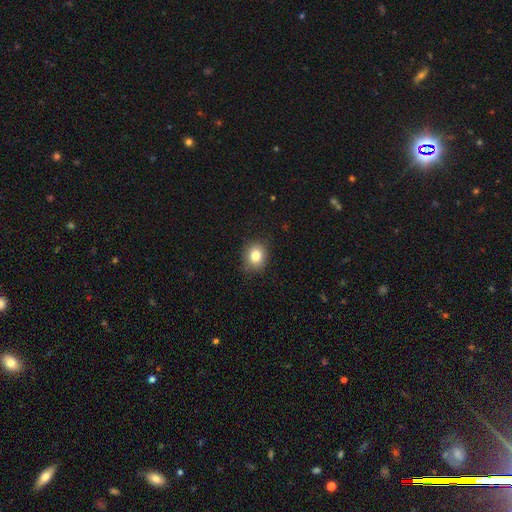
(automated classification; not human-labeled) This is clearly a smooth galaxy (81%). How rounded: likely round (74%). Merging: clearly none (86%).